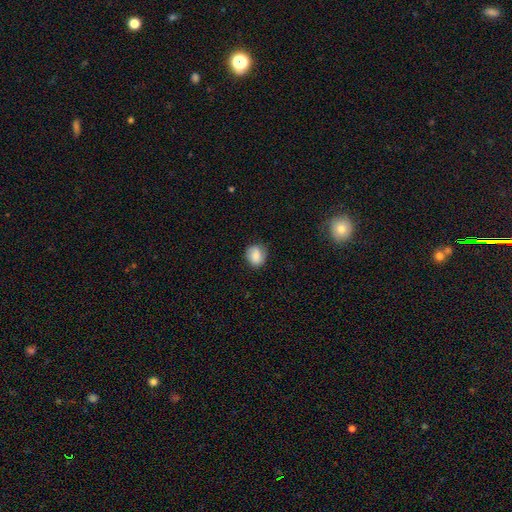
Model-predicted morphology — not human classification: Q: Smooth or featured?
A: smooth (78%); runner-up: featured or disk (13%)
Q: How rounded?
A: round (70%); runner-up: in between (29%)
Q: Merging?
A: none (78%); runner-up: minor disturbance (17%)